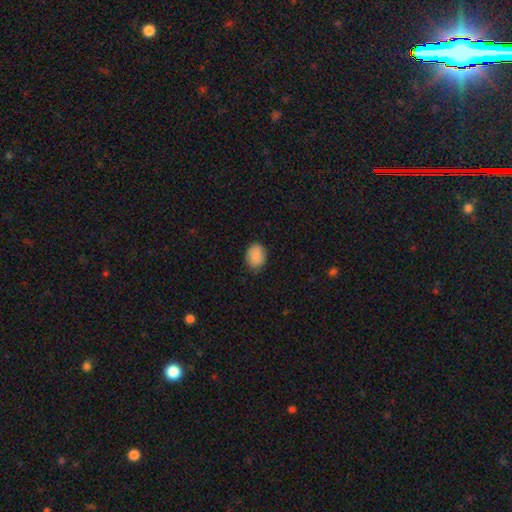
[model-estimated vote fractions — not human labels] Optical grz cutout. It shows a smooth galaxy with no disk features (88%) that is in between round and cigar-shaped (57%). Merging: none (80%).